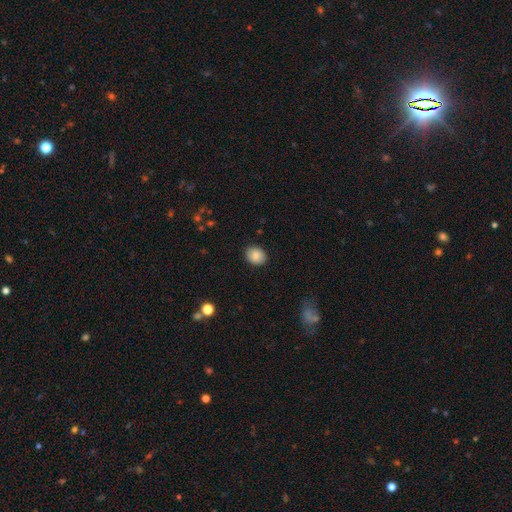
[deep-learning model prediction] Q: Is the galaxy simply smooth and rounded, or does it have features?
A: smooth — 87%.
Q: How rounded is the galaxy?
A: round — 54%.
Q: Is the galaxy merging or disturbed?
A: none — 89%.